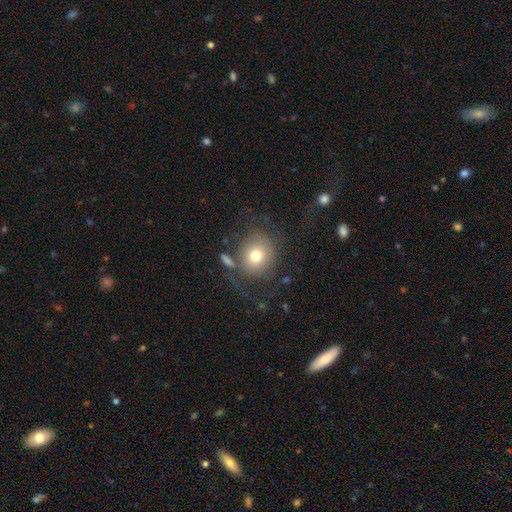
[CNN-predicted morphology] Smooth or featured: smooth — 71% (featured or disk — 18%)
How rounded: round — 78% (in between — 21%)
Merging: none — 59% (major disturbance — 17%)